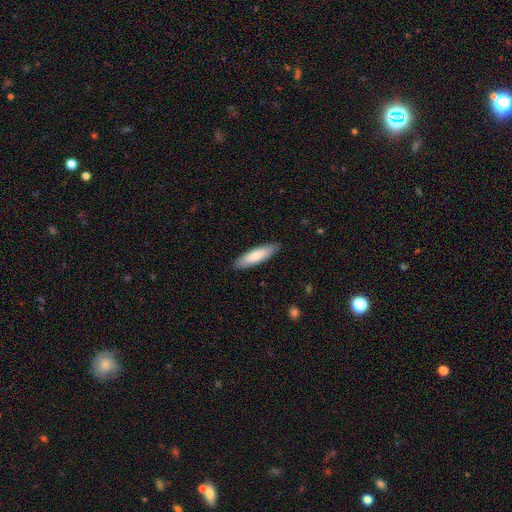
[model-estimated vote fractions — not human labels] Smooth or featured?
  - smooth: 83% *
  - featured or disk: 12%
  - star or artifact: 5%
How rounded?
  - cigar-shaped: 60% *
  - in between: 38%
  - round: 1%
Merging?
  - none: 88% *
  - minor disturbance: 9%
  - major disturbance: 2%
  - merger: 1%